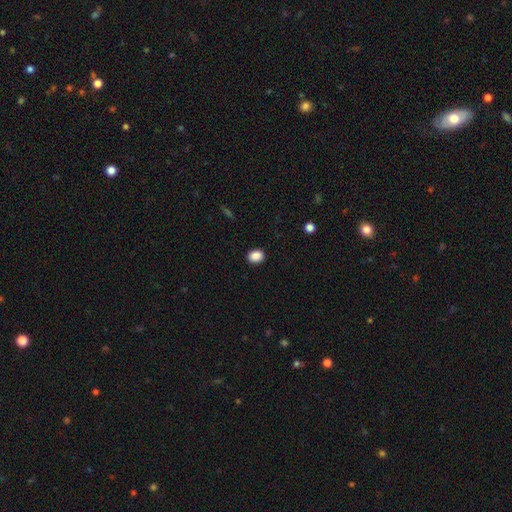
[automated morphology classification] Smooth or featured? Predicted: smooth (p=0.89). How rounded? Predicted: in between (p=0.60). Merging? Predicted: none (p=0.90).